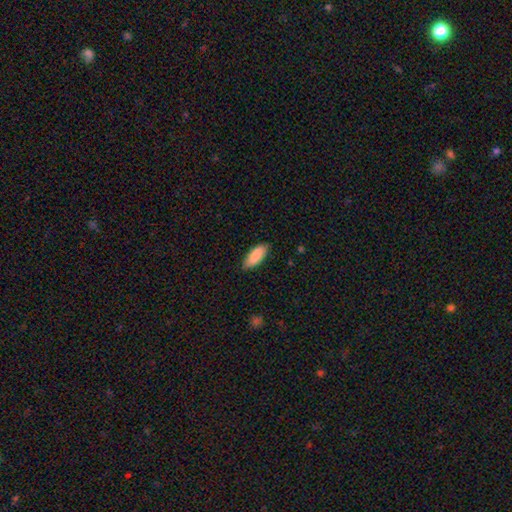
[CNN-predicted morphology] Overall: smooth (87%). How rounded: in between (77%). Merging: none (84%).